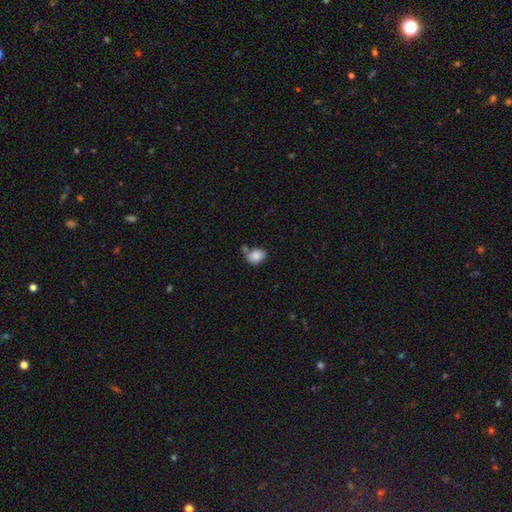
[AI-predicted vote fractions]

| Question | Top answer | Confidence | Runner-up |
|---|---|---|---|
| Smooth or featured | smooth | 87% | star or artifact (8%) |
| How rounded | in between | 70% | round (29%) |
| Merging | none | 54% | merger (21%) |